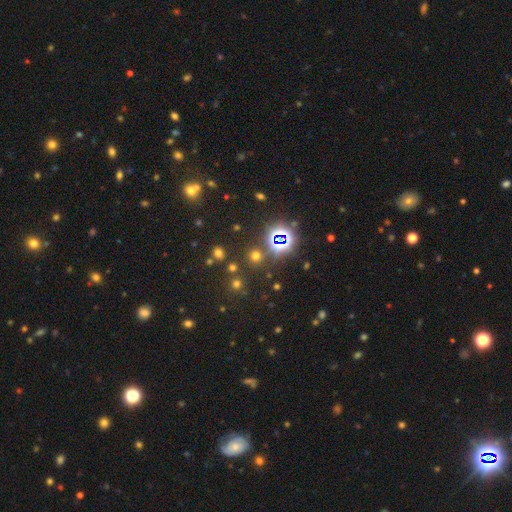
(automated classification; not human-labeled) smooth_or_featured: smooth (p=0.50) [alt: star or artifact p=0.43]
how_rounded: round (p=0.88) [alt: in between p=0.10]
merging: none (p=0.82) [alt: minor disturbance p=0.08]